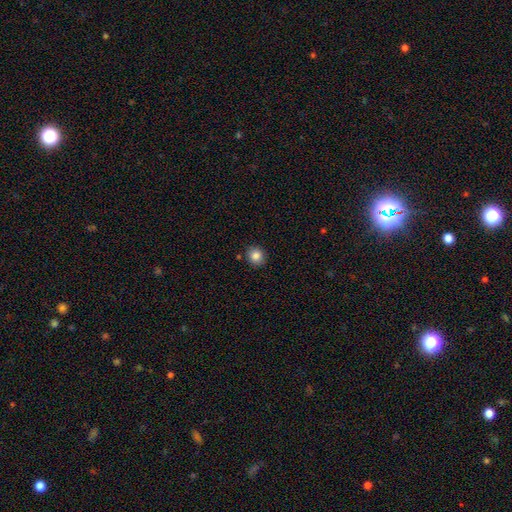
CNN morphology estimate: A smooth galaxy with no disk features (85%) that is round (87%). Merging: none (89%).